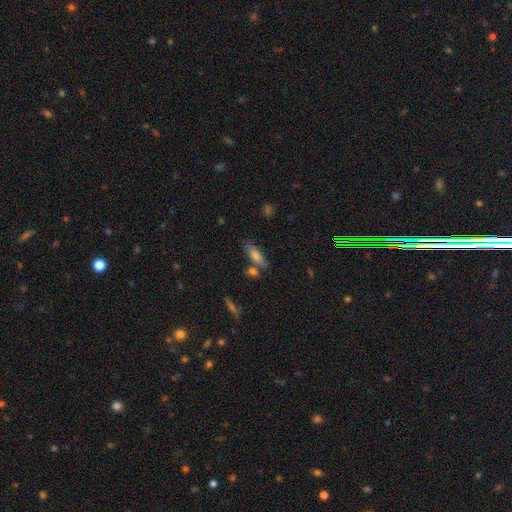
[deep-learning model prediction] smooth_or_featured: smooth (p=0.70) [alt: featured or disk p=0.21]
how_rounded: in between (p=0.62) [alt: cigar-shaped p=0.35]
merging: none (p=0.66) [alt: minor disturbance p=0.15]